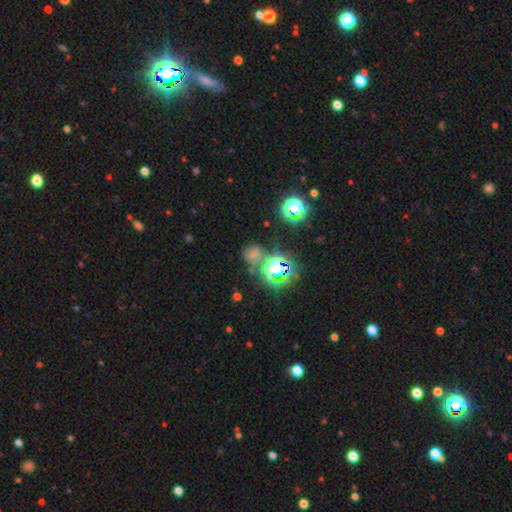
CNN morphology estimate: The model was most divided on "smooth or featured": star or artifact: 48%, smooth: 42%, featured or disk: 9%.